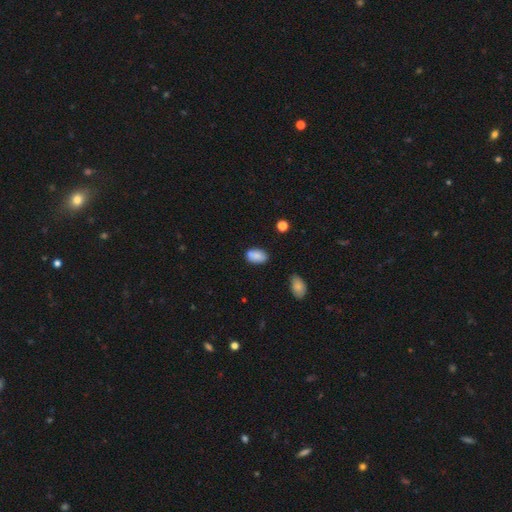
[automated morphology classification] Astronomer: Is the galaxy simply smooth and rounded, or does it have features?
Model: smooth — 85%.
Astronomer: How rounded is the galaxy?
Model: in between — 91%.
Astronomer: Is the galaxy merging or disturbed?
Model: none — 74%.